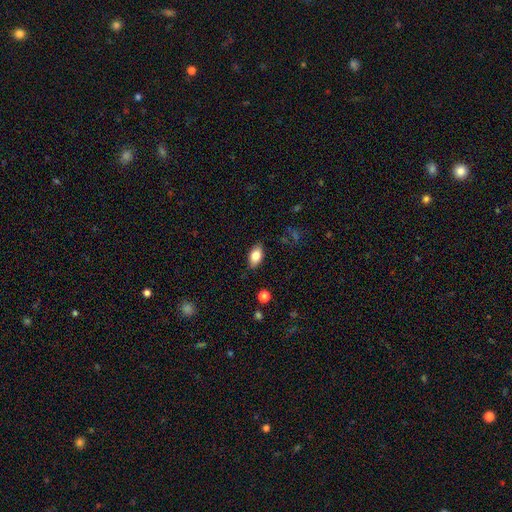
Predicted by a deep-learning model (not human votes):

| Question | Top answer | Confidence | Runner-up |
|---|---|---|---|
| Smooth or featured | smooth | 80% | featured or disk (12%) |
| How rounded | in between | 89% | round (7%) |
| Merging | none | 84% | minor disturbance (13%) |